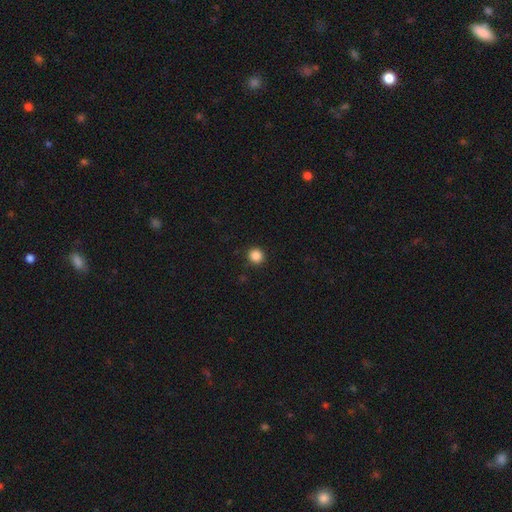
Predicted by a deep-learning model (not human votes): smooth-or-featured: smooth: 85% | star or artifact: 11% | featured or disk: 3%
  how-rounded: round: 94% | in between: 5% | cigar-shaped: 1%
  merging: none: 92% | minor disturbance: 5% | major disturbance: 2% | merger: 1%